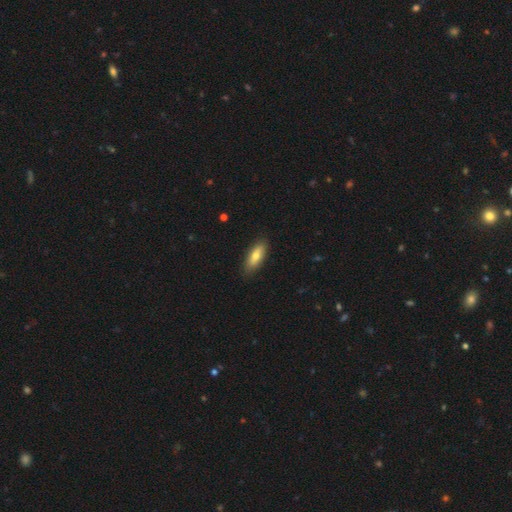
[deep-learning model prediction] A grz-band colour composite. It shows a smooth galaxy with no disk features (72%) that is in between round and cigar-shaped (70%). Merging: none (87%).